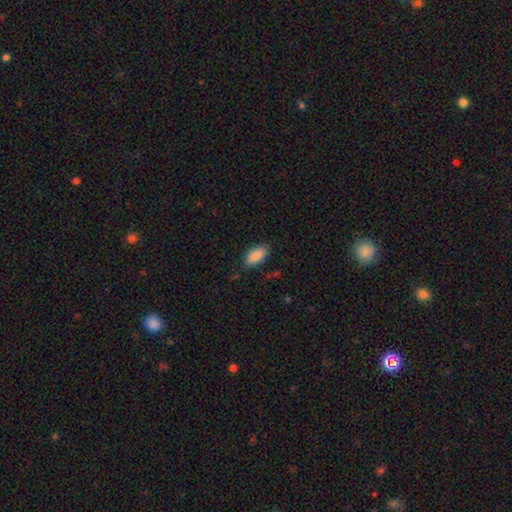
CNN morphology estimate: Smooth or featured: smooth — 89% (star or artifact — 7%)
How rounded: in between — 92% (cigar-shaped — 6%)
Merging: none — 84% (minor disturbance — 12%)